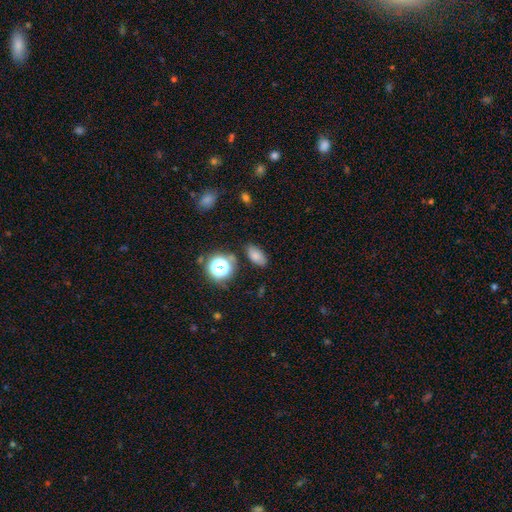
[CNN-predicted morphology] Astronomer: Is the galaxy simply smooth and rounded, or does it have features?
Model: smooth — 70%.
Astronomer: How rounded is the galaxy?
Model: in between — 85%.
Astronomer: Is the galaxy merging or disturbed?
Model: none — 78%.